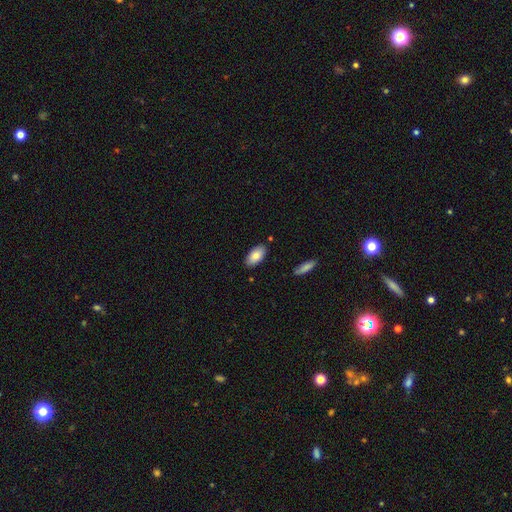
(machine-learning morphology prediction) type=smooth (82%); roundness=in between (94%); merging=none (85%).